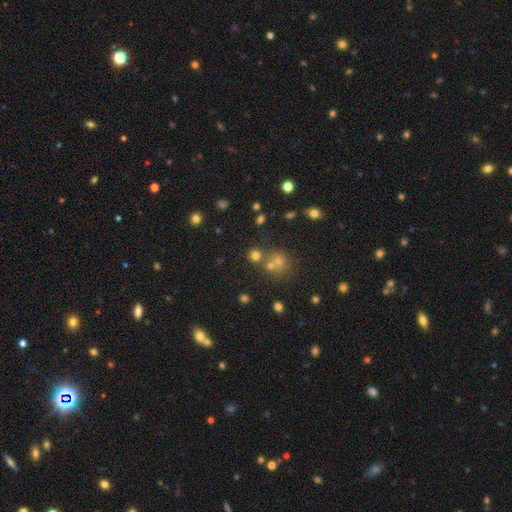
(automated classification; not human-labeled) Smooth or featured: smooth — 69% (star or artifact — 22%)
How rounded: round — 89% (in between — 10%)
Merging: none — 65% (merger — 24%)